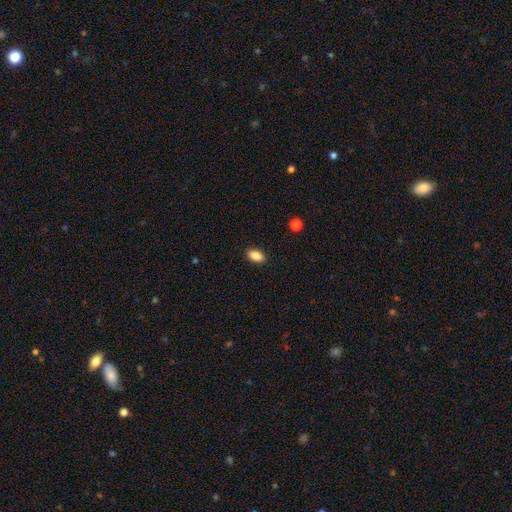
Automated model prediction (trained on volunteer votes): smooth-or-featured: smooth: 87% | star or artifact: 8% | featured or disk: 5%
  how-rounded: in between: 91% | round: 5% | cigar-shaped: 4%
  merging: none: 90% | minor disturbance: 8% | major disturbance: 2% | merger: 1%